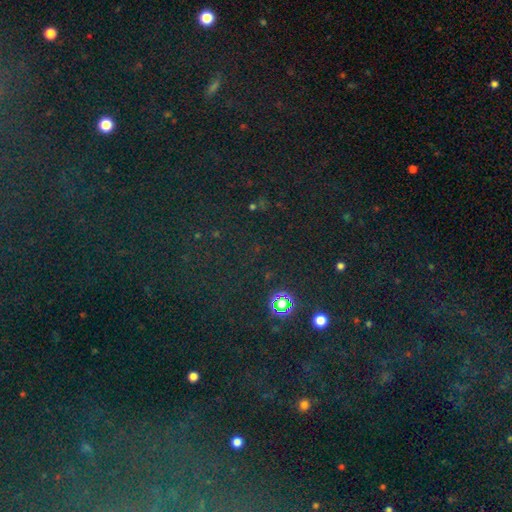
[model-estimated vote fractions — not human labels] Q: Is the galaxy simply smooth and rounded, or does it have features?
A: star or artifact — 78%.